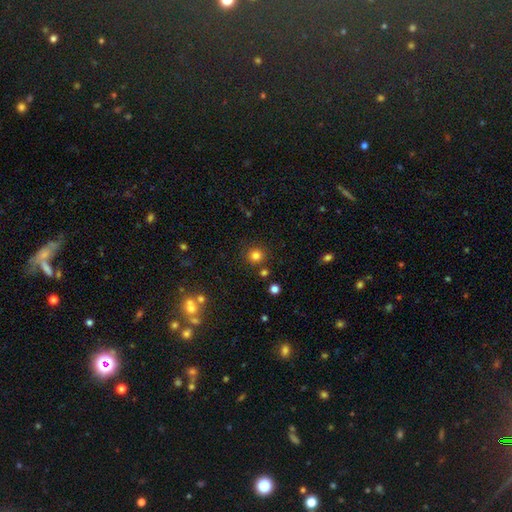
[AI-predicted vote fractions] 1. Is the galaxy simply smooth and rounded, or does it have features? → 80% smooth, 15% star or artifact, 5% featured or disk.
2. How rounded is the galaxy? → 93% round, 6% in between, 1% cigar-shaped.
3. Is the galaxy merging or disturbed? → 86% none, 7% minor disturbance, 4% merger, 3% major disturbance.